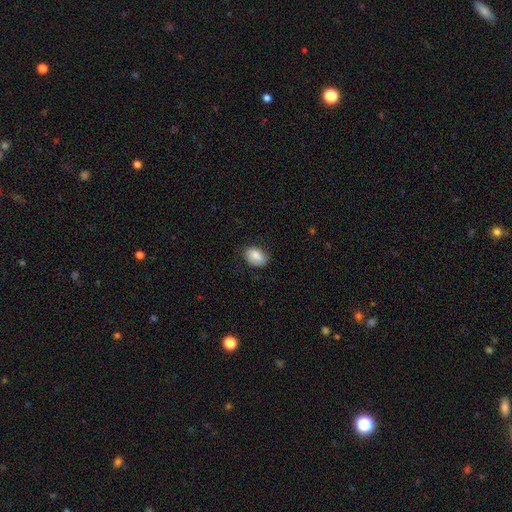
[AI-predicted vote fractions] A smooth galaxy with no disk features (82%) that is in between round and cigar-shaped (81%).

Vote fractions:
- Smooth or featured? smooth: 82% / featured or disk: 11% / star or artifact: 7%
- How rounded? in between: 81% / round: 18% / cigar-shaped: 1%
- Merging? none: 74% / minor disturbance: 21% / major disturbance: 5% / merger: 1%